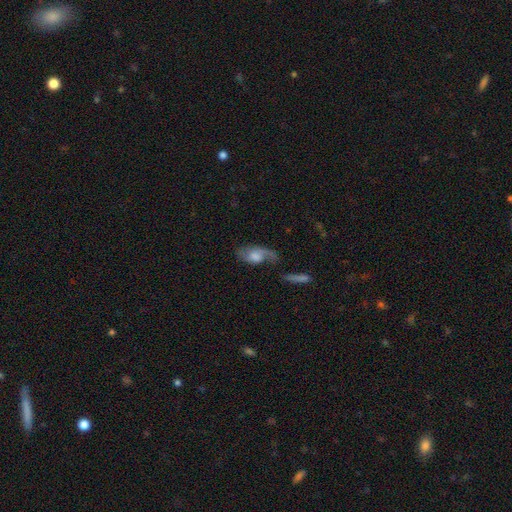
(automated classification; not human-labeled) Smooth or featured? featured or disk (51%)
Edge-on disk? no (91%)
Merging? none (40%)